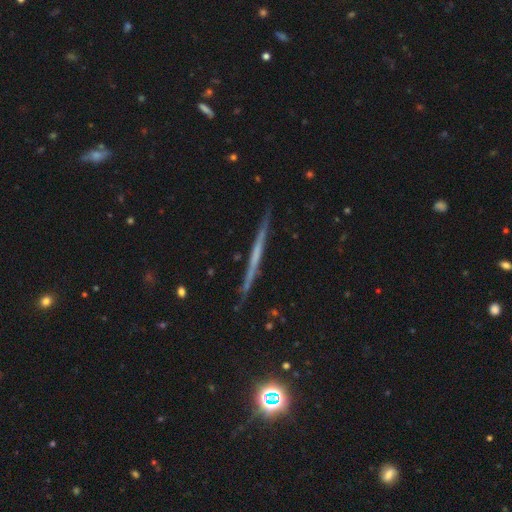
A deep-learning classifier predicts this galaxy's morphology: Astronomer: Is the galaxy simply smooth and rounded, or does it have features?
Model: featured or disk — 61%.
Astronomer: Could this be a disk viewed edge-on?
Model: yes — 97%.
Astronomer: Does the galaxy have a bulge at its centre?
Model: none — 88%.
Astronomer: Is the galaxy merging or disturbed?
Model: none — 89%.